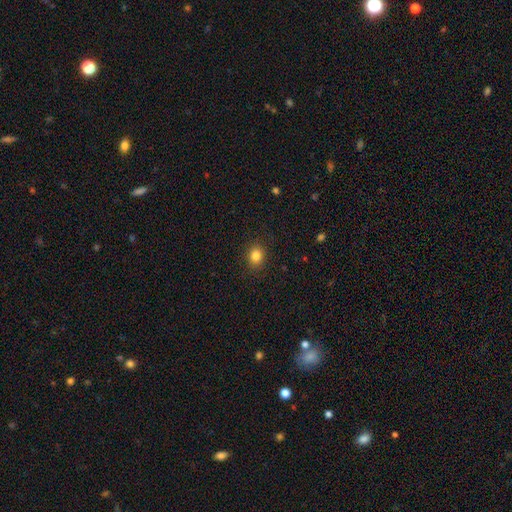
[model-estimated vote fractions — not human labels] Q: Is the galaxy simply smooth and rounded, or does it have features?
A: smooth — 84%.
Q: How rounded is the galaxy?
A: round — 62%.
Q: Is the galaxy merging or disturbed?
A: none — 89%.